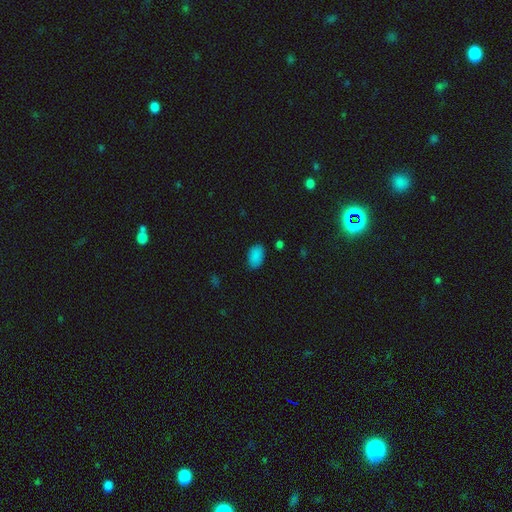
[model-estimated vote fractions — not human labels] Smooth or featured? Predicted: smooth (p=0.87). How rounded? Predicted: in between (p=0.92). Merging? Predicted: none (p=0.82).